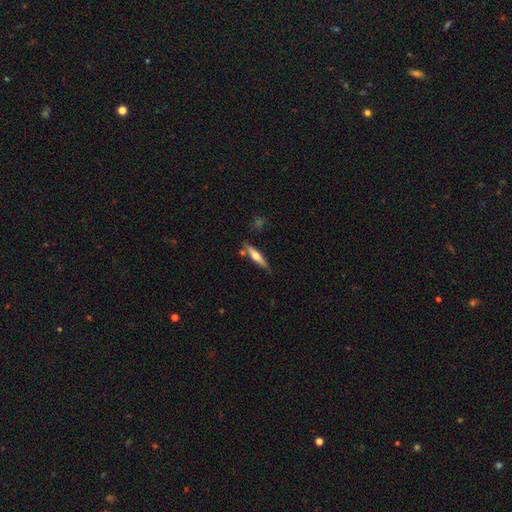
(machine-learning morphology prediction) Smooth or featured? Predicted: featured or disk (p=0.52). Edge-on disk? Predicted: yes (p=0.93). Merging? Predicted: none (p=0.78).